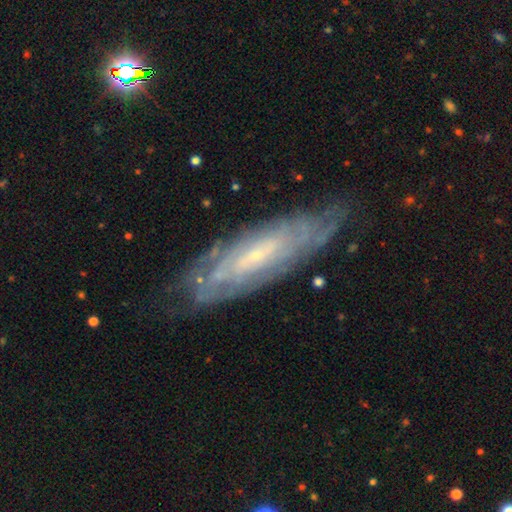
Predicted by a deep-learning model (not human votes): smooth-or-featured: featured or disk: 78% | smooth: 16% | star or artifact: 7%
  disk-edge-on: no: 77% | yes: 23%
    bar: no: 53% | weak: 35% | strong: 12%
    has-spiral-arms: yes: 87% | no: 13%
      spiral-winding: tight: 73% | medium: 21% | loose: 6%
      spiral-arm-count: can't tell: 64% | 2: 10% | 4: 8% | 3: 7% | more than 4: 7% | 1: 4%
    bulge-size: small: 78% | moderate: 15% | none: 5% | large: 1% | dominant: 1%
  merging: none: 74% | minor disturbance: 18% | major disturbance: 6% | merger: 2%